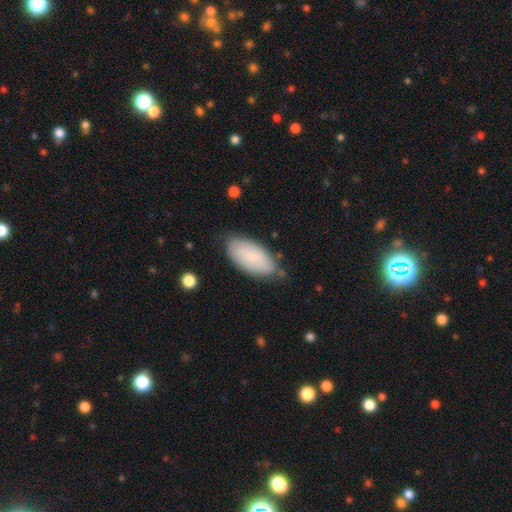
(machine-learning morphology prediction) Smooth or featured: smooth — 74% (featured or disk — 20%)
How rounded: in between — 93% (cigar-shaped — 4%)
Merging: none — 72% (minor disturbance — 21%)